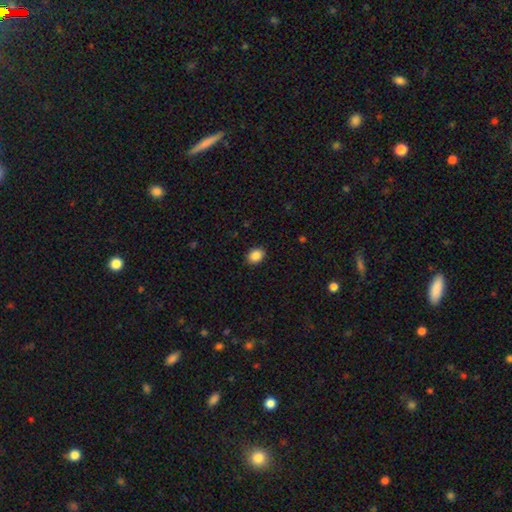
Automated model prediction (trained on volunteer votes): smooth_or_featured: smooth (p=0.87) [alt: star or artifact p=0.09]
how_rounded: in between (p=0.58) [alt: round p=0.41]
merging: none (p=0.89) [alt: minor disturbance p=0.08]